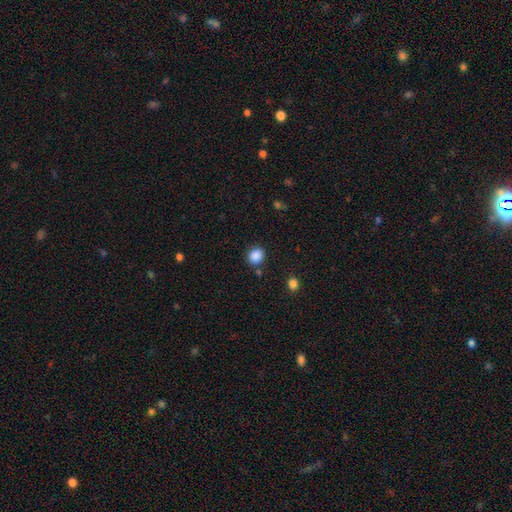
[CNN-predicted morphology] A smooth galaxy with no disk features (87%) that is round (74%). Merging: none (83%).